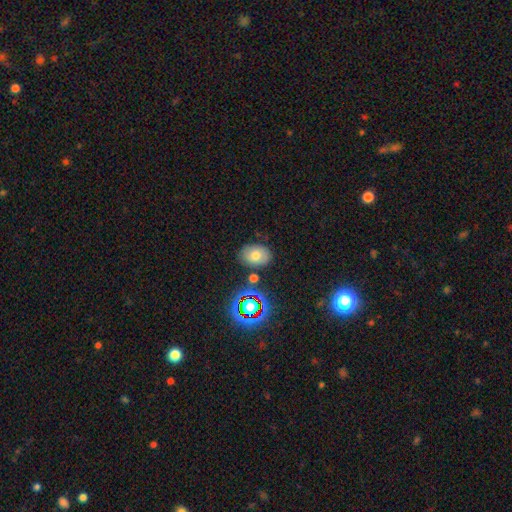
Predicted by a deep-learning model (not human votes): Smooth or featured: smooth — 68% (featured or disk — 17%)
How rounded: in between — 73% (round — 26%)
Merging: none — 80% (minor disturbance — 12%)